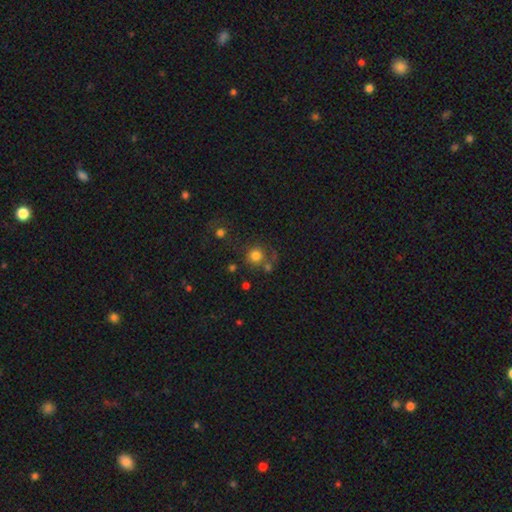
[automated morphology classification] Smooth or featured? smooth (77%)
How rounded? round (91%)
Merging? none (63%)